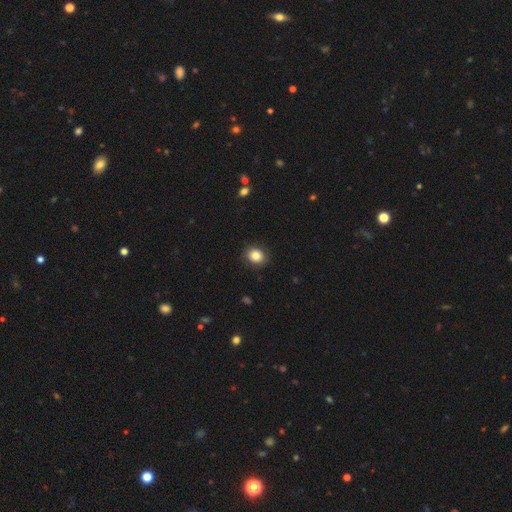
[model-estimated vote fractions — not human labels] Smooth or featured? smooth (84%)
How rounded? round (68%)
Merging? none (89%)